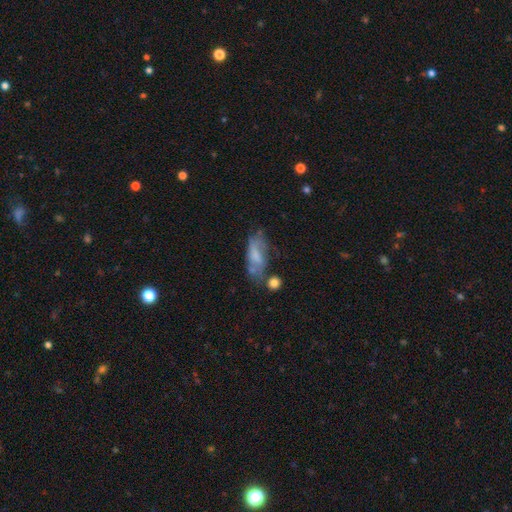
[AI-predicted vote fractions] smooth-or-featured: smooth: 54% | featured or disk: 37% | star or artifact: 10%
  how-rounded: in between: 74% | cigar-shaped: 22% | round: 3%
  merging: none: 40% | minor disturbance: 26% | major disturbance: 18% | merger: 16%